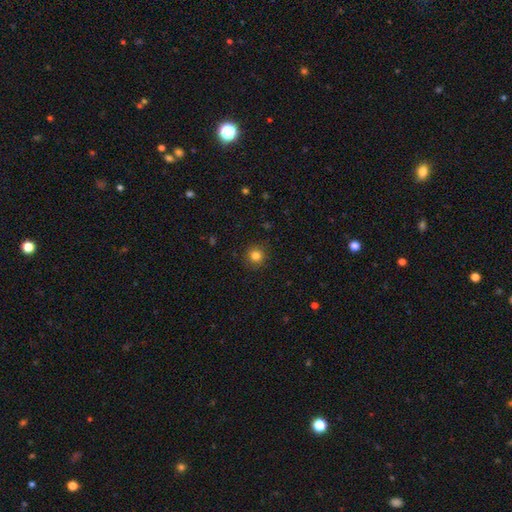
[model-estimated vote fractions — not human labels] Smooth or featured? Predicted: smooth (p=0.82). How rounded? Predicted: round (p=0.94). Merging? Predicted: none (p=0.91).